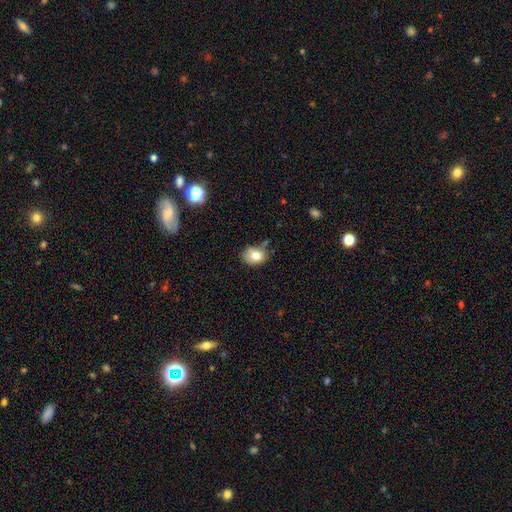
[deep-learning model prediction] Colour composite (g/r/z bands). It shows a smooth galaxy with no disk features (77%) that is in between round and cigar-shaped (51%). Merging: none (54%).